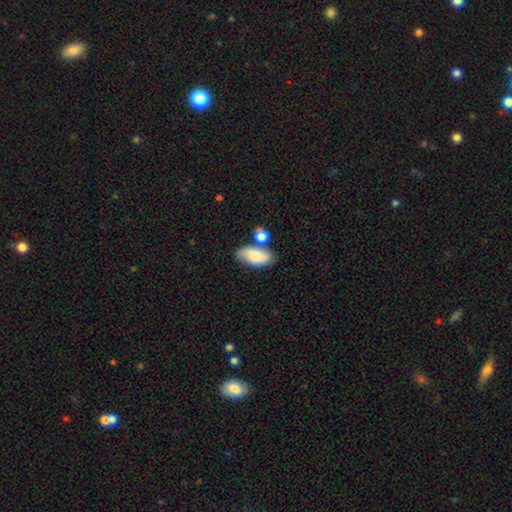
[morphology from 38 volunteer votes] Q: Smooth or featured?
A: smooth (63%); runner-up: featured or disk (32%)
Q: How rounded?
A: in between (92%); runner-up: round (4%)
Q: Merging?
A: none (58%); runner-up: minor disturbance (19%)